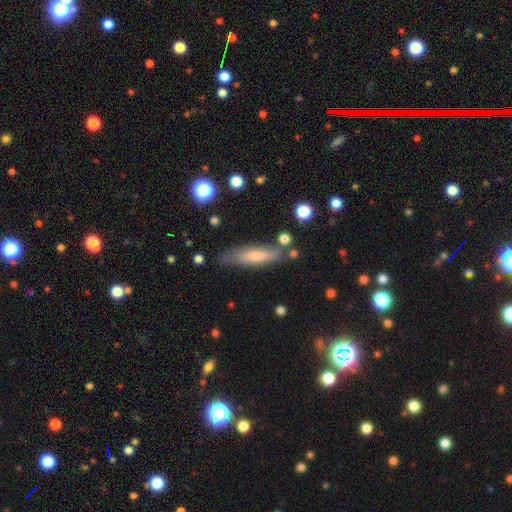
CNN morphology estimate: smooth-or-featured: smooth: 61% | featured or disk: 32% | star or artifact: 7%
  how-rounded: cigar-shaped: 71% | in between: 27% | round: 2%
  merging: none: 73% | minor disturbance: 18% | merger: 5% | major disturbance: 4%